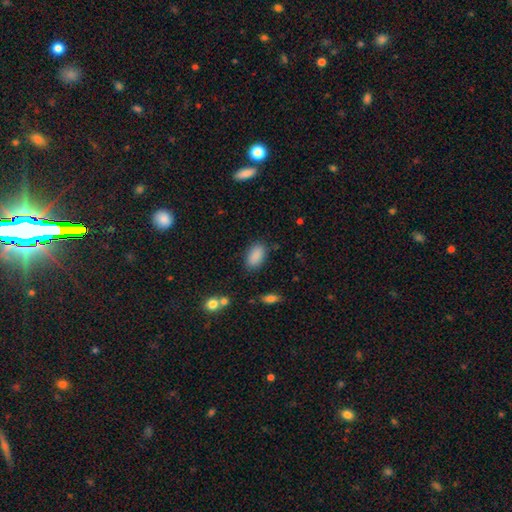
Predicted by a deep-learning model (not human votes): Smooth or featured? smooth (88%)
How rounded? in between (92%)
Merging? none (83%)